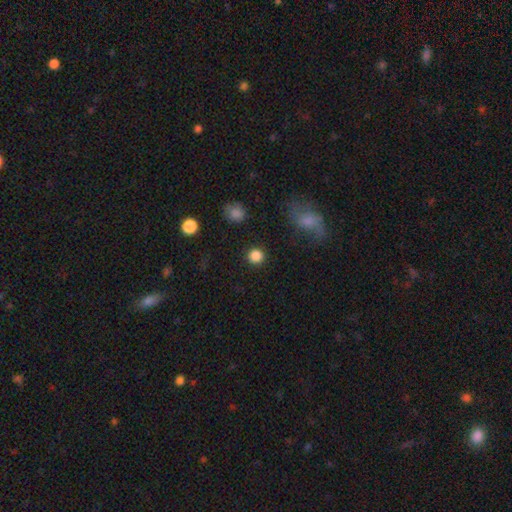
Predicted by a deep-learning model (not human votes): This appears to be a smooth galaxy with no disk features (85%) that is round (94%). Merging: none (90%).